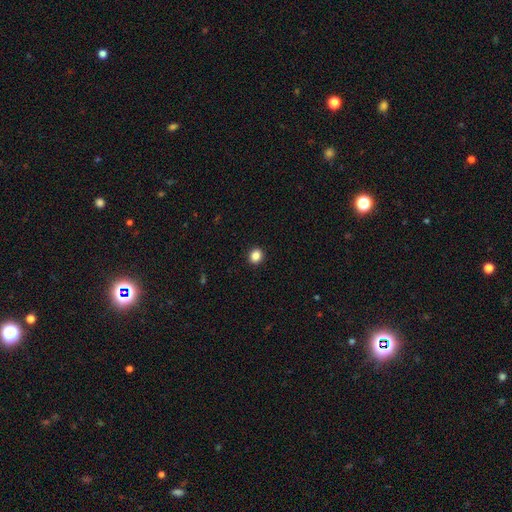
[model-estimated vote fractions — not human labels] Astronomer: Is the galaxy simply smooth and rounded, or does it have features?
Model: smooth — 86%.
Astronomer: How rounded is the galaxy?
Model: round — 78%.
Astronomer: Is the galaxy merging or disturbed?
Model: none — 93%.